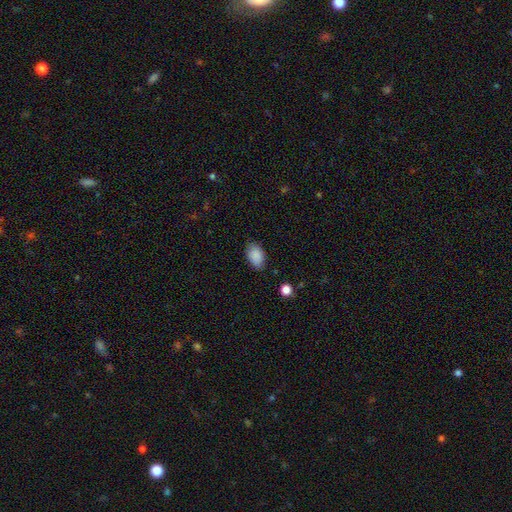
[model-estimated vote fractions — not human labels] A smooth galaxy with no disk features (88%) that is in between round and cigar-shaped (90%). Merging: none (77%).